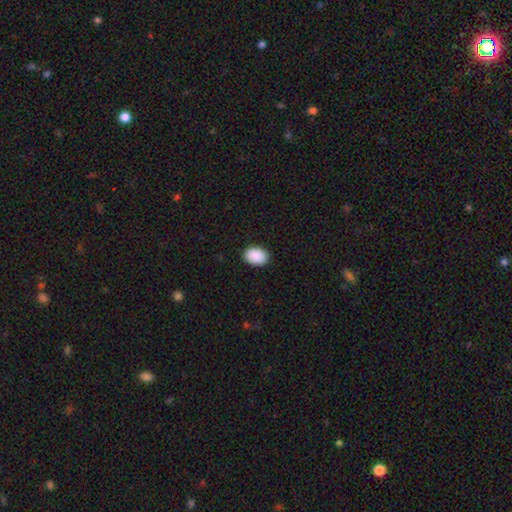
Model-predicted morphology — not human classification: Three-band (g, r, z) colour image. It shows a smooth galaxy with no disk features (91%) that is in between round and cigar-shaped (83%). Merging: none (90%).